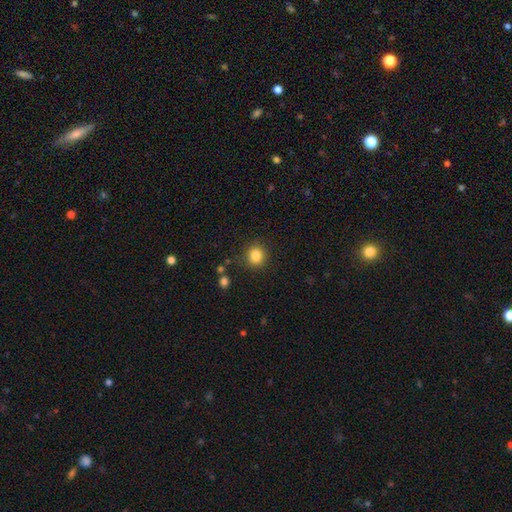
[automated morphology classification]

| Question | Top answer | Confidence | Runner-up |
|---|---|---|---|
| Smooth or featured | smooth | 84% | star or artifact (11%) |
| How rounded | round | 87% | in between (12%) |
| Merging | none | 88% | minor disturbance (8%) |